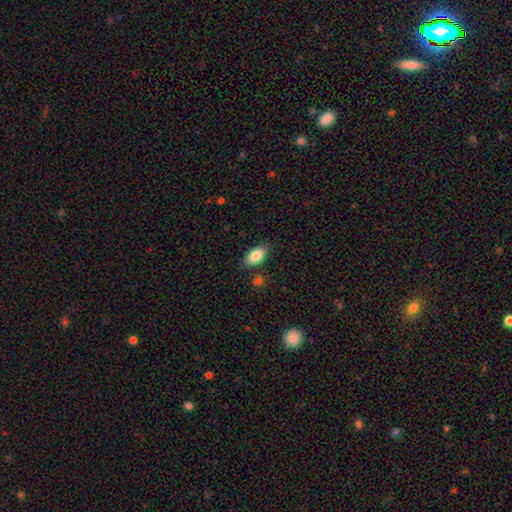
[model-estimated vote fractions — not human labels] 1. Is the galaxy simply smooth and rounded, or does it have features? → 84% smooth, 9% featured or disk, 7% star or artifact.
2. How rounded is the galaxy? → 91% in between, 5% cigar-shaped, 4% round.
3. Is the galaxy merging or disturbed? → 81% none, 13% minor disturbance, 3% merger, 3% major disturbance.